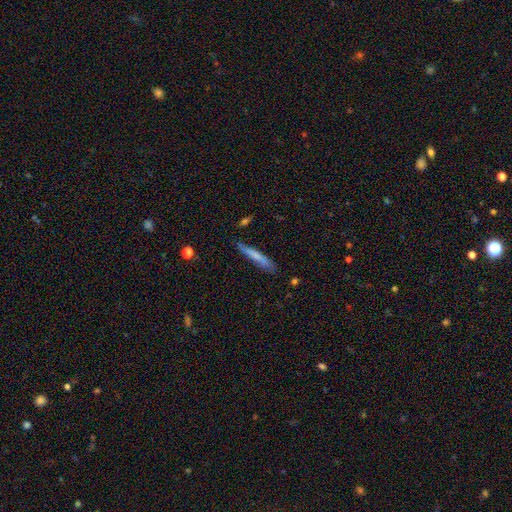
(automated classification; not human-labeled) This is likely a smooth galaxy (65%). How rounded: clearly cigar-shaped (93%). Merging: likely none (76%).